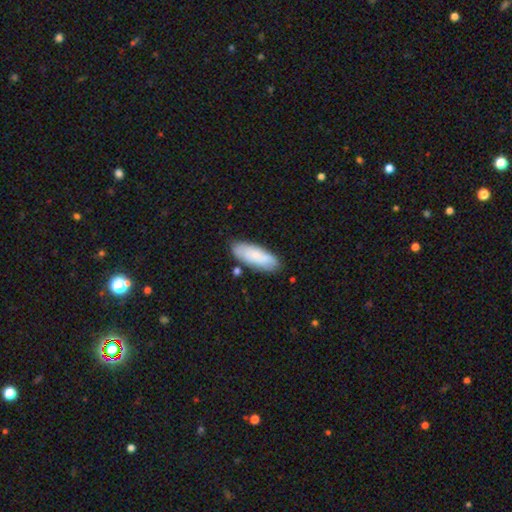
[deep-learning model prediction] A smooth galaxy with no disk features (76%) that is in between round and cigar-shaped (69%).

Vote fractions:
- Smooth or featured? smooth: 76% / featured or disk: 18% / star or artifact: 6%
- How rounded? in between: 69% / cigar-shaped: 29% / round: 2%
- Merging? none: 79% / minor disturbance: 15% / merger: 4% / major disturbance: 3%